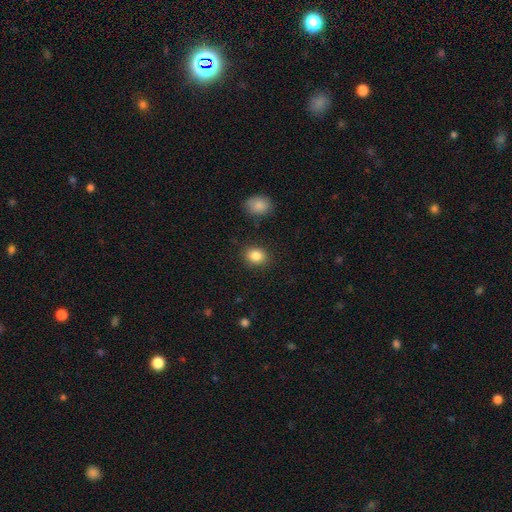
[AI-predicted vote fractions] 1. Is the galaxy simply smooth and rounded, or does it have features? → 85% smooth, 9% star or artifact, 5% featured or disk.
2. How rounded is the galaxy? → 52% round, 47% in between, 1% cigar-shaped.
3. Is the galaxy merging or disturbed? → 87% none, 9% minor disturbance, 3% major disturbance, 2% merger.